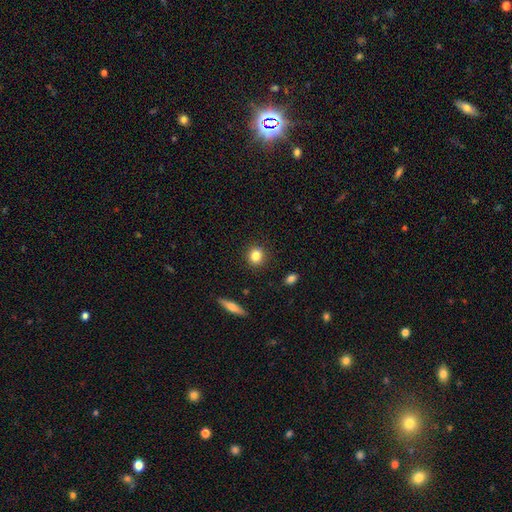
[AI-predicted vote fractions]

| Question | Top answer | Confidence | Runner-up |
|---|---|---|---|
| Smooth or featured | smooth | 83% | star or artifact (10%) |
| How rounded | round | 85% | in between (13%) |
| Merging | none | 90% | minor disturbance (6%) |